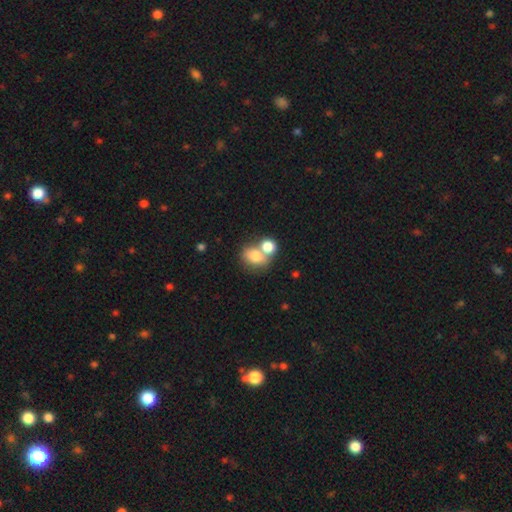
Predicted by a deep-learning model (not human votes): Morphology: type=smooth (76%); roundness=round (52%); merging=merger (52%).